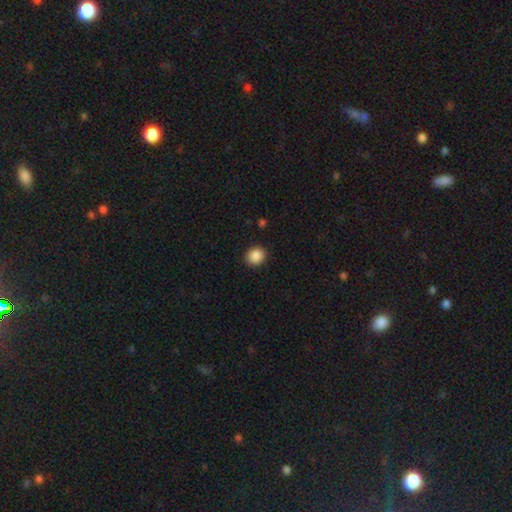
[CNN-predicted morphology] Smooth or featured: smooth — 88% (star or artifact — 9%)
How rounded: round — 80% (in between — 19%)
Merging: none — 91% (minor disturbance — 6%)